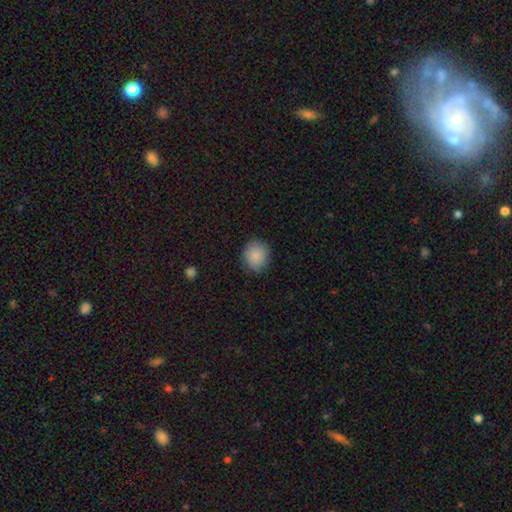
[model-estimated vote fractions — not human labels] A smooth galaxy with no disk features (86%) that is round (76%).

Vote fractions:
- Smooth or featured? smooth: 86% / star or artifact: 8% / featured or disk: 6%
- How rounded? round: 76% / in between: 23% / cigar-shaped: 1%
- Merging? none: 85% / minor disturbance: 11% / major disturbance: 3% / merger: 1%